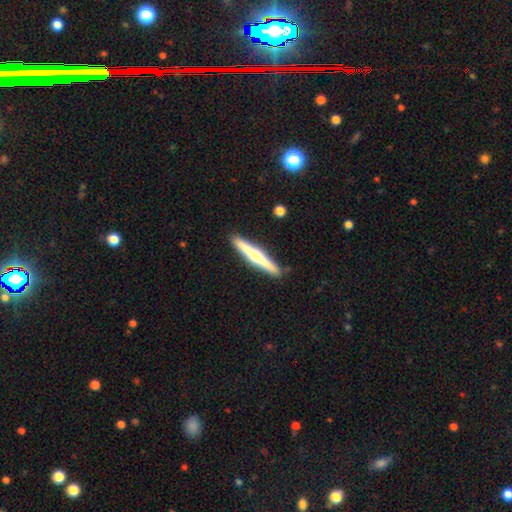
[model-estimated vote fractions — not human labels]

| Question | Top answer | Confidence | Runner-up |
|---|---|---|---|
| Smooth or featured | featured or disk | 65% | smooth (30%) |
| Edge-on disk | yes | 98% | no (2%) |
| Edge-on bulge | rounded | 88% | none (7%) |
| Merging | none | 90% | minor disturbance (7%) |